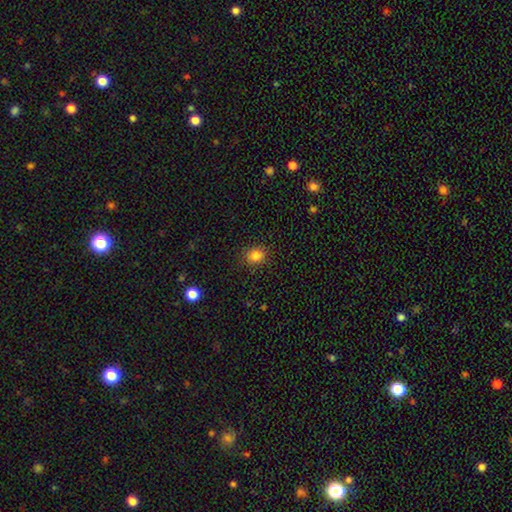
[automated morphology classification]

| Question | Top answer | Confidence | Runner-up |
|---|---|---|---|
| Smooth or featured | smooth | 83% | star or artifact (12%) |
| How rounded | round | 76% | in between (23%) |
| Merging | none | 88% | minor disturbance (8%) |